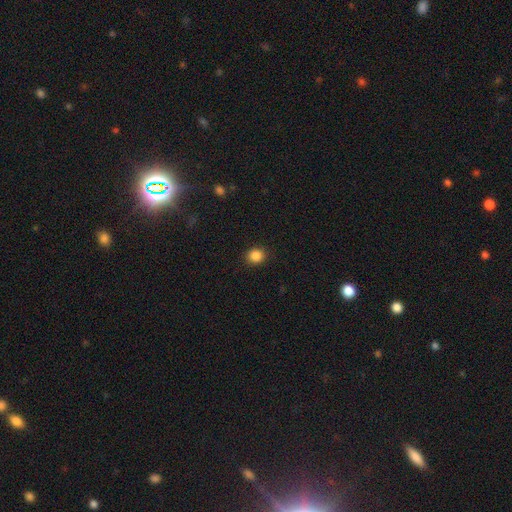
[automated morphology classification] A smooth galaxy with no disk features (87%) that is round (80%). Merging: none (90%).